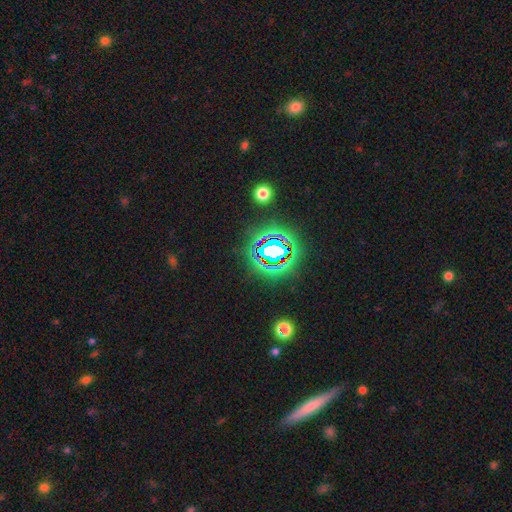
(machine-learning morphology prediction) Overall: star or artifact (75%).